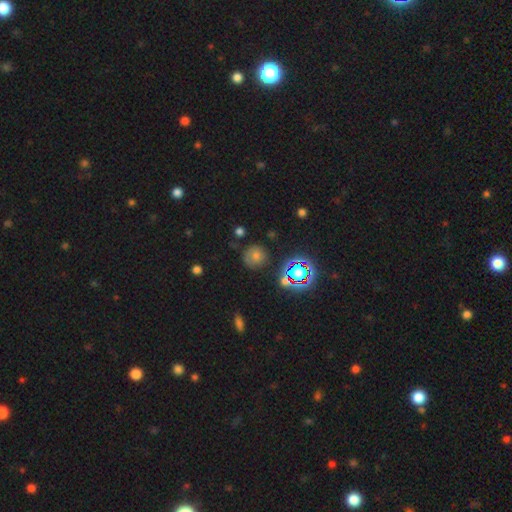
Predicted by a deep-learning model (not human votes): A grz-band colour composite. It shows a smooth galaxy with no disk features (62%) that is round (90%). Merging: none (78%).